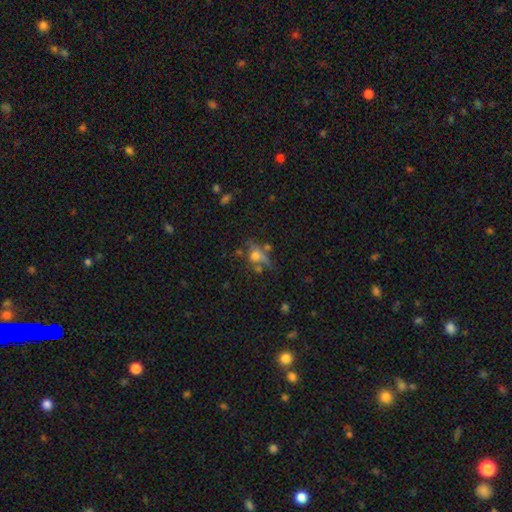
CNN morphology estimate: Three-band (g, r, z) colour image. It shows a smooth galaxy with no disk features (52%) that is round (47%). Merging: none (45%).